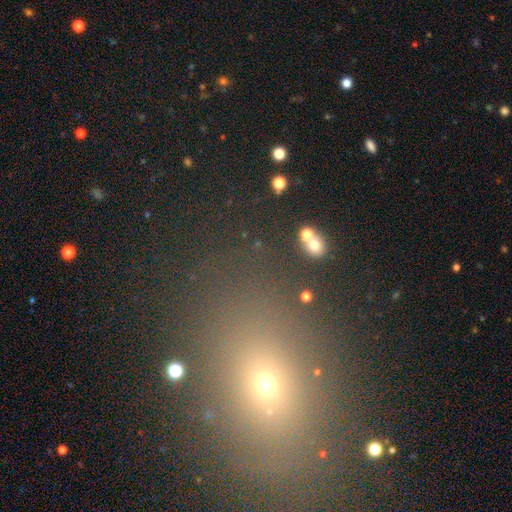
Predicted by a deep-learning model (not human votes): This appears to be a star or artifact, not a galaxy (47%).